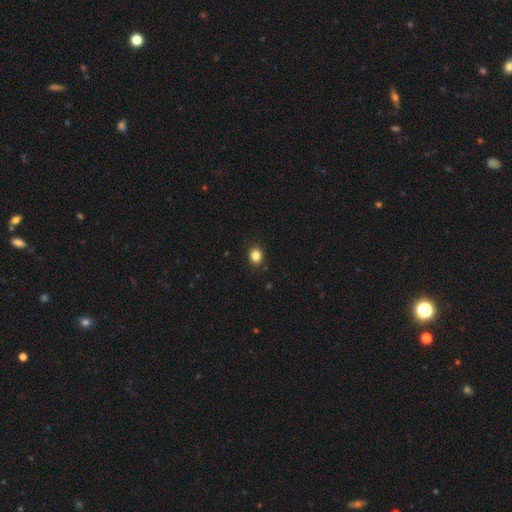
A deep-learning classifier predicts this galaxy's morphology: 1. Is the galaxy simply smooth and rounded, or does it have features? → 85% smooth, 11% star or artifact, 4% featured or disk.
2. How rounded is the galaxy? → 71% round, 28% in between, 1% cigar-shaped.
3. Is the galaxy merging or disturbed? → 90% none, 7% minor disturbance, 2% major disturbance, 1% merger.